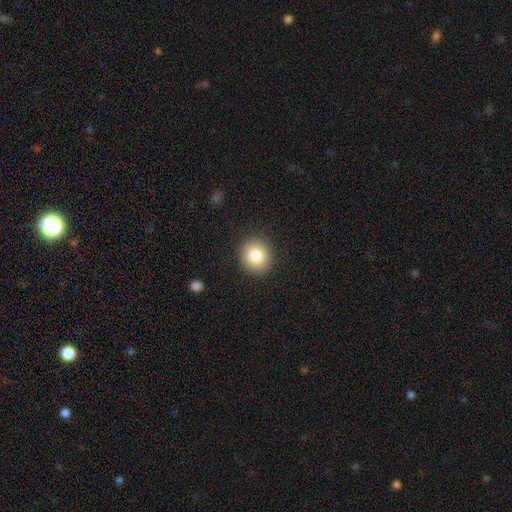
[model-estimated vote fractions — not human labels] Q: Smooth or featured?
A: smooth (84%); runner-up: star or artifact (9%)
Q: How rounded?
A: round (86%); runner-up: in between (13%)
Q: Merging?
A: none (90%); runner-up: minor disturbance (7%)